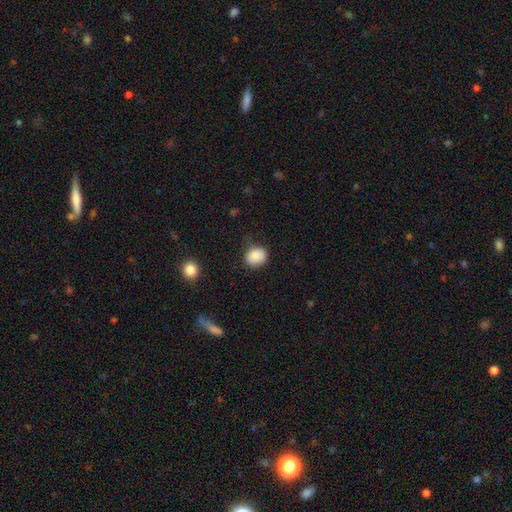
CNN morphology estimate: Overall: smooth (86%). How rounded: round (62%; in between 37%). Merging: none (75%).